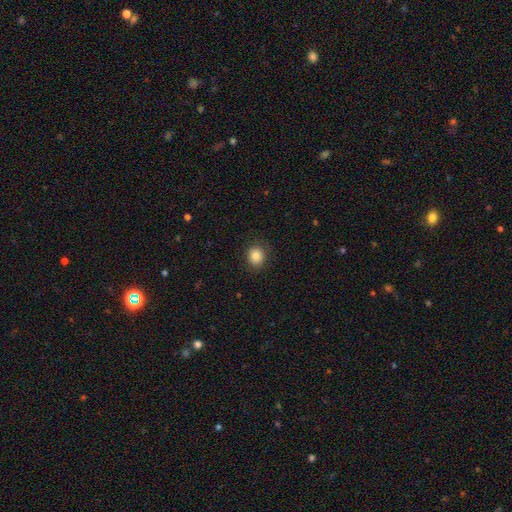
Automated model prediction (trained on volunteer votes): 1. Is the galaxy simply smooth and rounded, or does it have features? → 85% smooth, 10% star or artifact, 5% featured or disk.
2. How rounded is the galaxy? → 78% round, 21% in between, 1% cigar-shaped.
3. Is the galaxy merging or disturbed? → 86% none, 10% minor disturbance, 3% major disturbance, 1% merger.